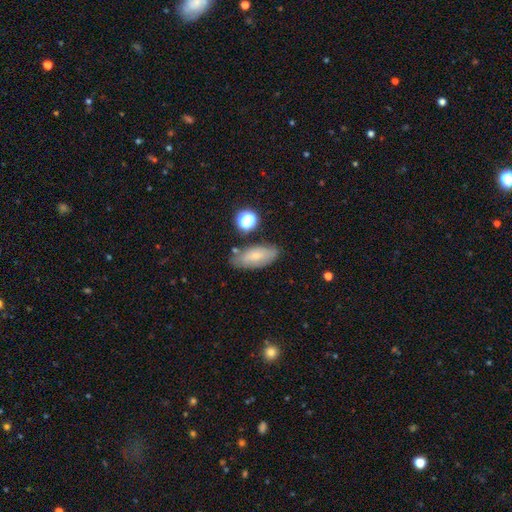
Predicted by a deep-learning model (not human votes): smooth-or-featured: smooth: 69% | featured or disk: 22% | star or artifact: 9%
  how-rounded: in between: 85% | cigar-shaped: 11% | round: 4%
  merging: none: 73% | minor disturbance: 18% | merger: 5% | major disturbance: 5%